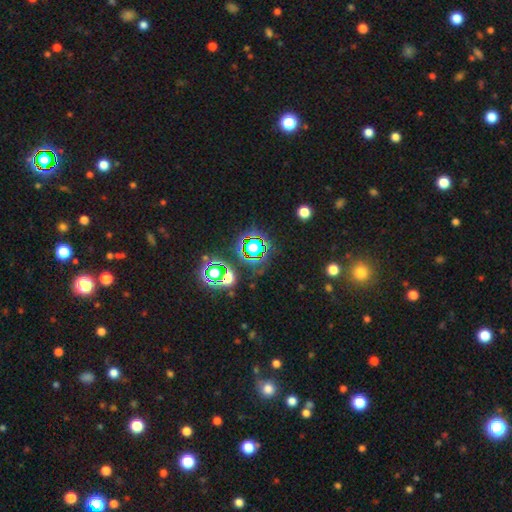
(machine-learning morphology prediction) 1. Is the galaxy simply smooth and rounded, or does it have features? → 68% star or artifact, 21% smooth, 11% featured or disk.